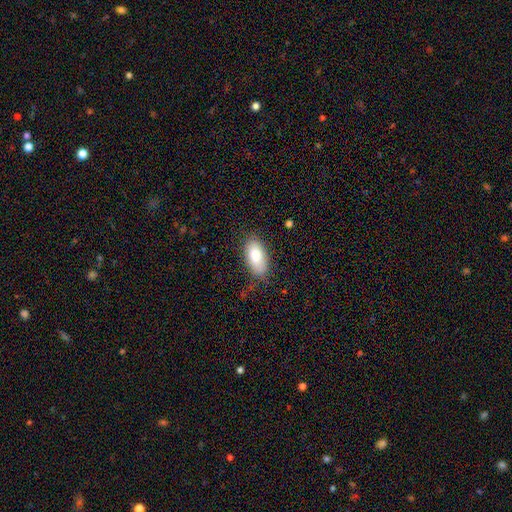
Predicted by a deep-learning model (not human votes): A smooth galaxy with no disk features (85%) that is in between round and cigar-shaped (92%).

Vote fractions:
- Smooth or featured? smooth: 85% / featured or disk: 8% / star or artifact: 7%
- How rounded? in between: 92% / cigar-shaped: 5% / round: 2%
- Merging? none: 78% / minor disturbance: 17% / major disturbance: 4% / merger: 1%